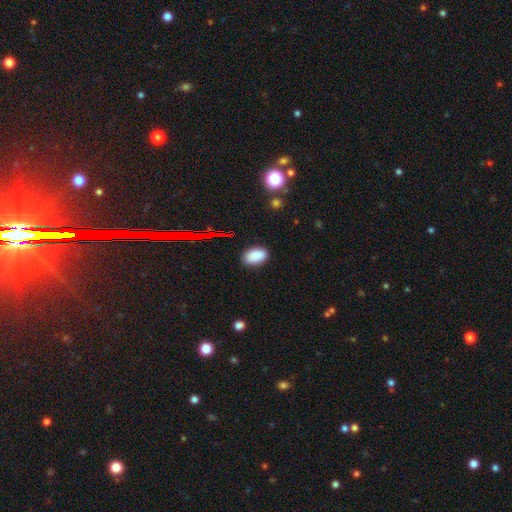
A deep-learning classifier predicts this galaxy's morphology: Smooth or featured?
  - smooth: 86% *
  - star or artifact: 10%
  - featured or disk: 4%
How rounded?
  - in between: 90% *
  - round: 8%
  - cigar-shaped: 2%
Merging?
  - none: 85% *
  - minor disturbance: 11%
  - major disturbance: 3%
  - merger: 1%